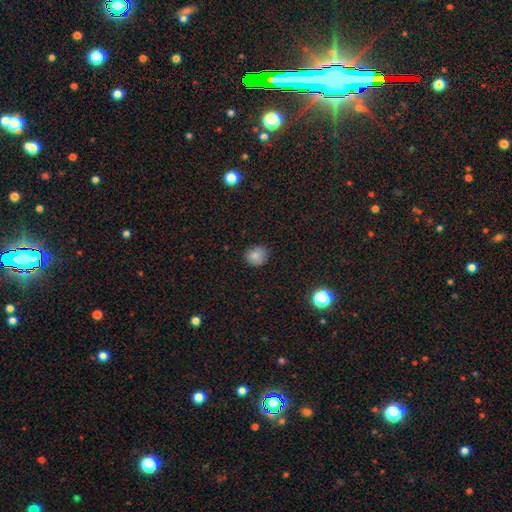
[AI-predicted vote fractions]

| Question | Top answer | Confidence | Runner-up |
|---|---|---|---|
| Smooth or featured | smooth | 81% | star or artifact (12%) |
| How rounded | round | 78% | in between (21%) |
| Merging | none | 83% | minor disturbance (13%) |